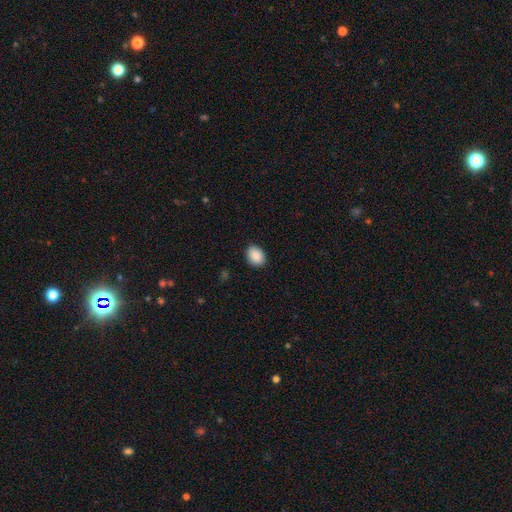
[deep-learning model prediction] Overall: smooth (89%). How rounded: in between (67%; round 32%). Merging: none (88%).